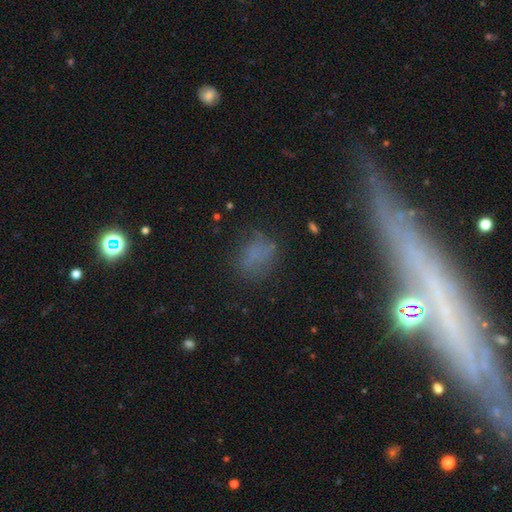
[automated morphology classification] type=smooth (62%); roundness=in between (65%); merging=none (64%).